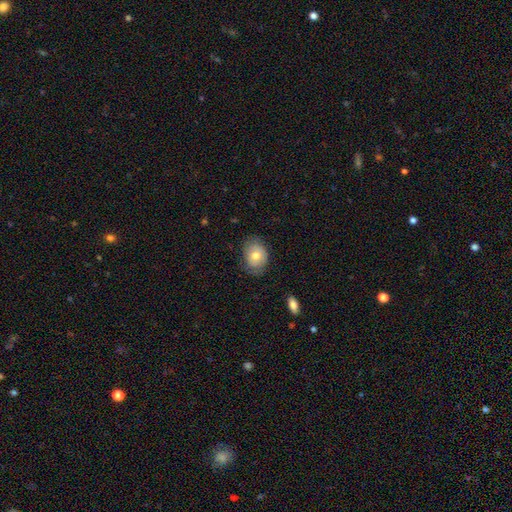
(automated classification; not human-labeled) A smooth galaxy with no disk features (68%) that is in between round and cigar-shaped (62%).

Vote fractions:
- Smooth or featured? smooth: 68% / featured or disk: 25% / star or artifact: 8%
- How rounded? in between: 62% / round: 37% / cigar-shaped: 1%
- Merging? none: 69% / minor disturbance: 23% / major disturbance: 6% / merger: 1%